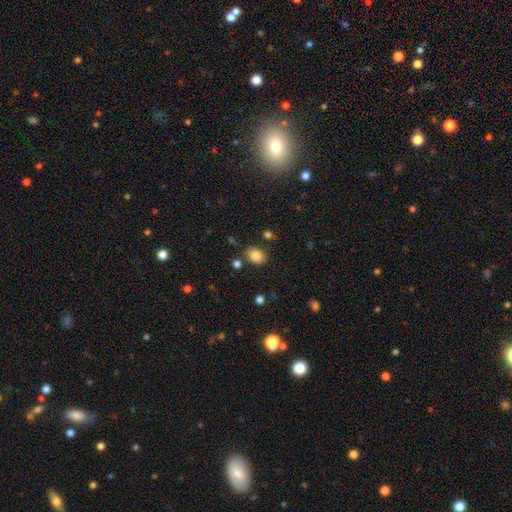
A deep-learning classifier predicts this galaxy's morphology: A smooth galaxy with no disk features (83%) that is in between round and cigar-shaped (60%). Merging: none (78%).